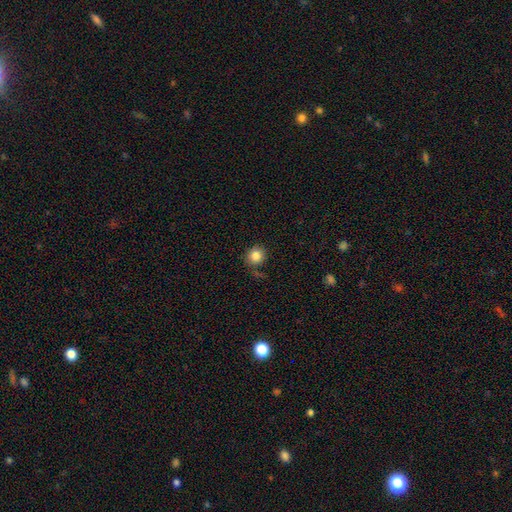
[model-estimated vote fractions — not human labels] Q: Smooth or featured?
A: smooth (84%); runner-up: star or artifact (11%)
Q: How rounded?
A: round (90%); runner-up: in between (9%)
Q: Merging?
A: none (77%); runner-up: minor disturbance (14%)